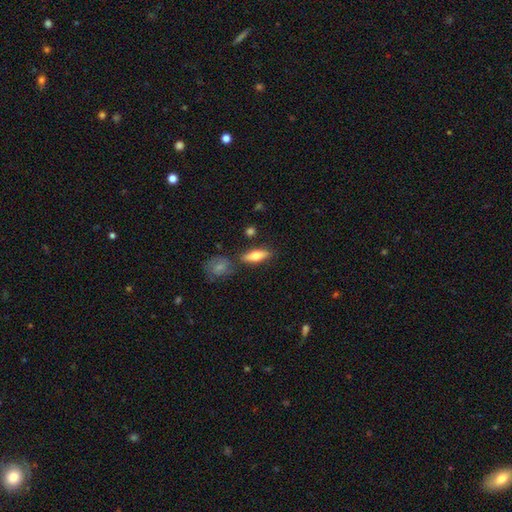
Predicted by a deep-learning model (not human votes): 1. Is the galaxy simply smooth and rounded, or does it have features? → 61% smooth, 33% featured or disk, 6% star or artifact.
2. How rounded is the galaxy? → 54% in between, 43% cigar-shaped, 4% round.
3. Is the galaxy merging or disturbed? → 79% none, 11% minor disturbance, 6% merger, 3% major disturbance.